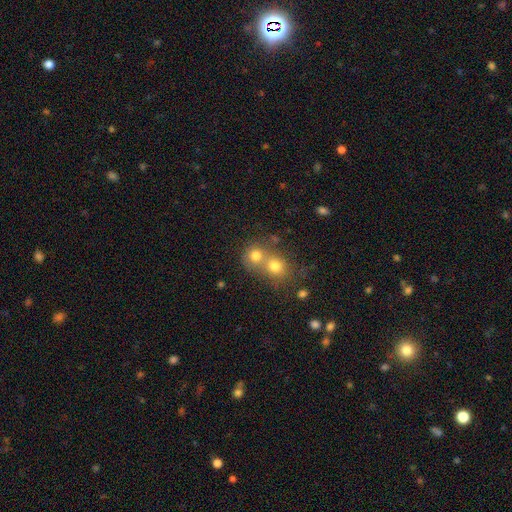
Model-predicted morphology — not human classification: Q: Smooth or featured?
A: smooth (75%); runner-up: star or artifact (13%)
Q: How rounded?
A: round (81%); runner-up: in between (18%)
Q: Merging?
A: merger (56%); runner-up: none (36%)